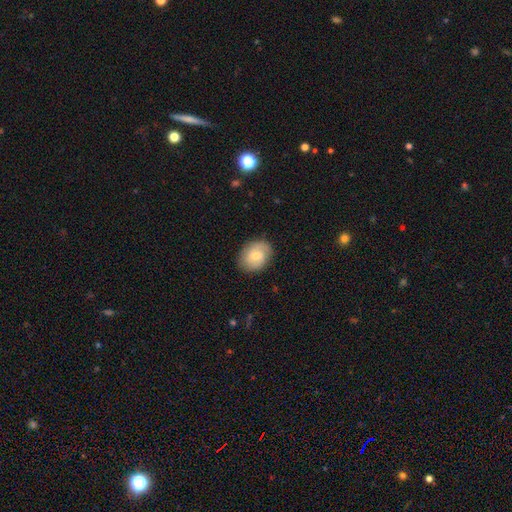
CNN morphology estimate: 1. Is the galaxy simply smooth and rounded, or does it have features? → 59% smooth, 34% featured or disk, 7% star or artifact.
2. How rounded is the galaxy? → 54% in between, 45% round, 1% cigar-shaped.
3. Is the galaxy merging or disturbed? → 82% none, 14% minor disturbance, 3% major disturbance, 1% merger.